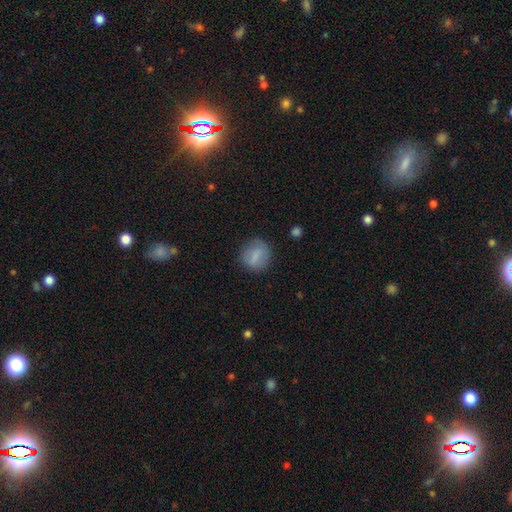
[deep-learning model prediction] smooth-or-featured: smooth: 75% | featured or disk: 17% | star or artifact: 9%
  how-rounded: round: 74% | in between: 25% | cigar-shaped: 2%
  merging: none: 76% | minor disturbance: 16% | major disturbance: 6% | merger: 2%